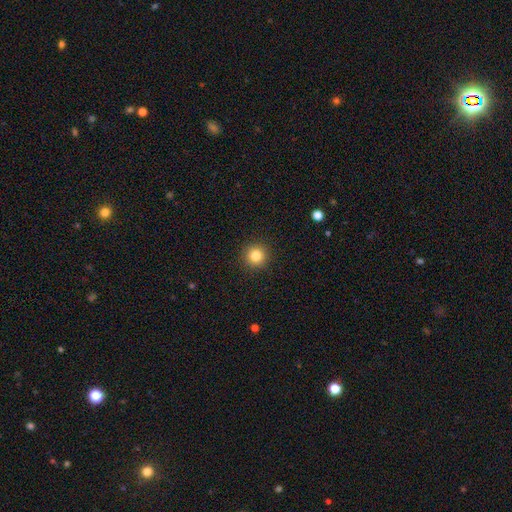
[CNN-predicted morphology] Q: Smooth or featured?
A: smooth (83%); runner-up: star or artifact (11%)
Q: How rounded?
A: round (95%); runner-up: in between (4%)
Q: Merging?
A: none (92%); runner-up: minor disturbance (5%)